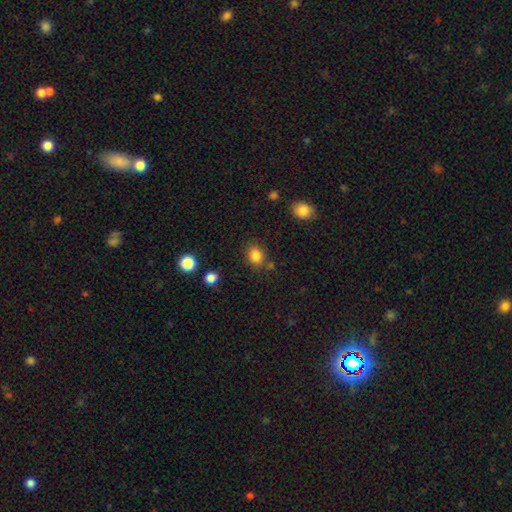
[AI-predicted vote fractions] smooth-or-featured: smooth: 84% | star or artifact: 11% | featured or disk: 5%
  how-rounded: in between: 51% | round: 48% | cigar-shaped: 1%
  merging: none: 77% | minor disturbance: 13% | merger: 6% | major disturbance: 4%